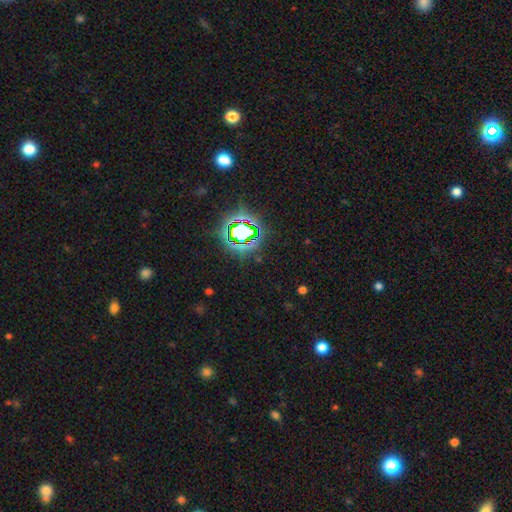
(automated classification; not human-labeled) A star or artifact, not a galaxy (78%).